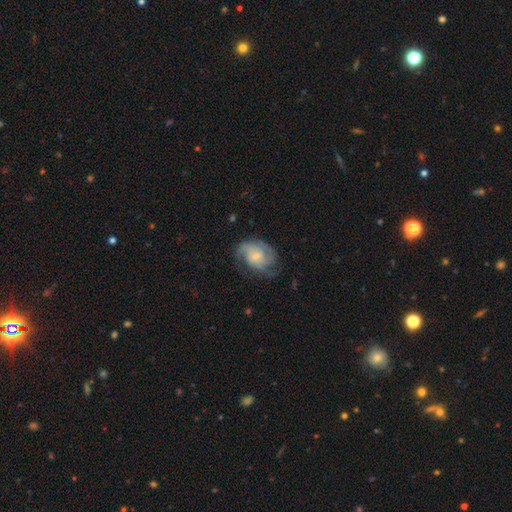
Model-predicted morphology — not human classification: Smooth or featured? featured or disk (72%)
Edge-on disk? no (98%)
Bar? no (58%)
Spiral arms? yes (90%)
Spiral winding? medium (43%)
Spiral arm count? 2 (41%)
Bulge size? small (62%)
Merging? none (56%)